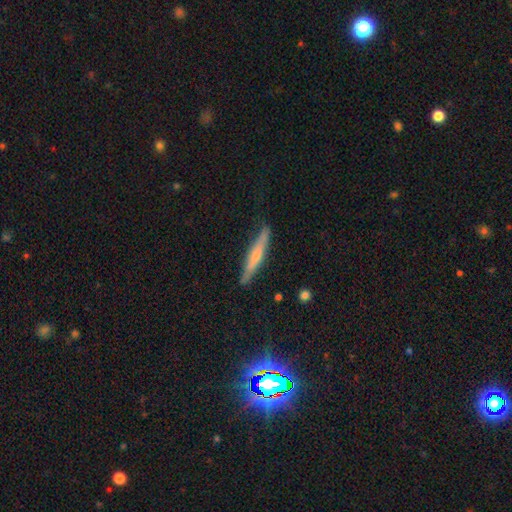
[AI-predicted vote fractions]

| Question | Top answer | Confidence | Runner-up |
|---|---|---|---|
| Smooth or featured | featured or disk | 49% | smooth (43%) |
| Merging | none | 86% | minor disturbance (11%) |